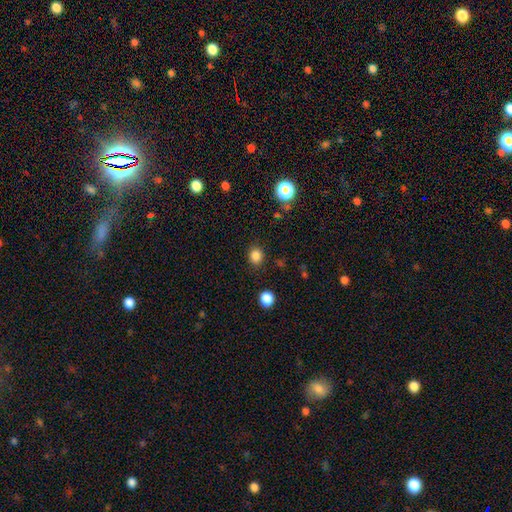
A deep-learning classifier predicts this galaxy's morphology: Q: Smooth or featured?
A: smooth (84%); runner-up: star or artifact (12%)
Q: How rounded?
A: round (74%); runner-up: in between (25%)
Q: Merging?
A: none (87%); runner-up: minor disturbance (8%)